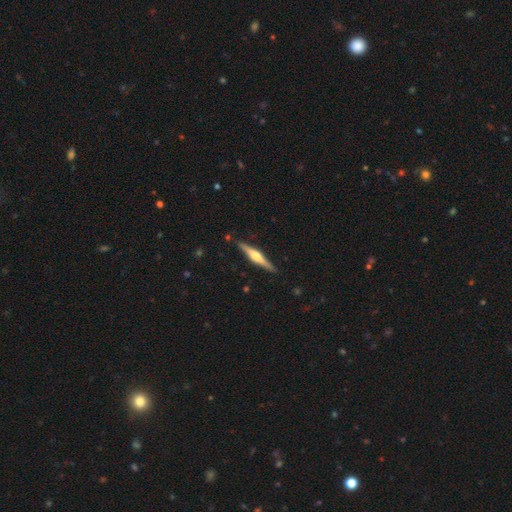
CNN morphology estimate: Q: Smooth or featured?
A: featured or disk (70%); runner-up: smooth (25%)
Q: Edge-on disk?
A: yes (98%); runner-up: no (2%)
Q: Edge-on bulge?
A: rounded (83%); runner-up: boxy (12%)
Q: Merging?
A: none (89%); runner-up: minor disturbance (8%)